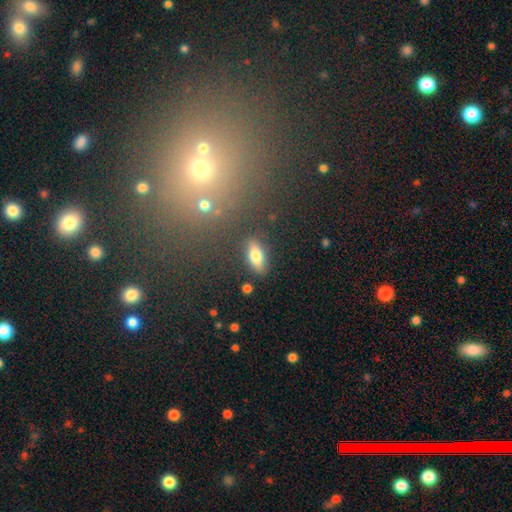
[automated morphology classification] This appears to be a smooth galaxy with no disk features (73%) that is in between round and cigar-shaped (79%). Merging: none (83%).